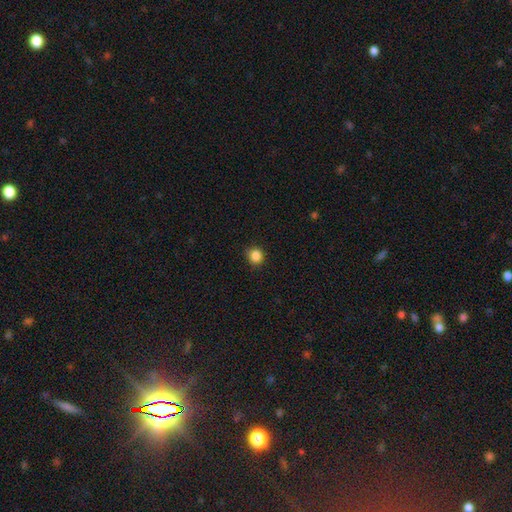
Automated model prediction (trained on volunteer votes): Smooth or featured? Predicted: smooth (p=0.86). How rounded? Predicted: round (p=0.89). Merging? Predicted: none (p=0.87).